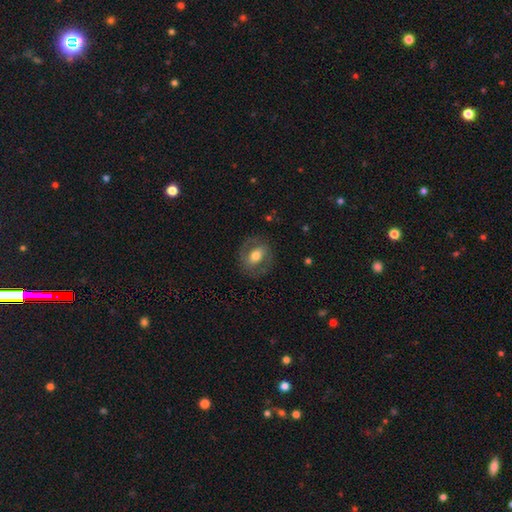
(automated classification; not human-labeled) smooth 47%, featured or disk 46%, star or artifact 7%. Down the decision tree: merging — none (78%).